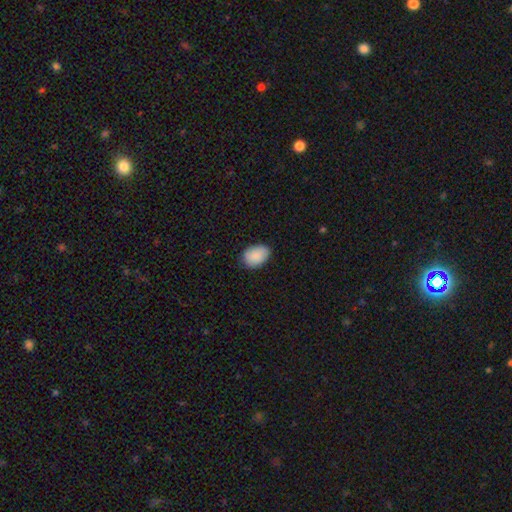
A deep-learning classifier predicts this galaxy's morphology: type=smooth (88%); roundness=in between (78%); merging=none (82%).